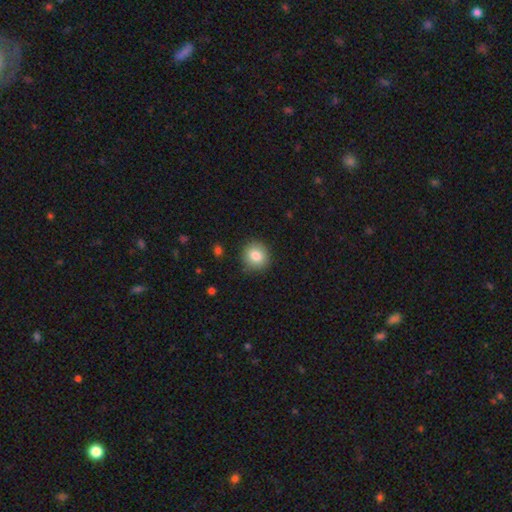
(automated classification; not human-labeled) This is clearly a smooth galaxy (83%). How rounded: clearly round (84%). Merging: clearly none (88%).